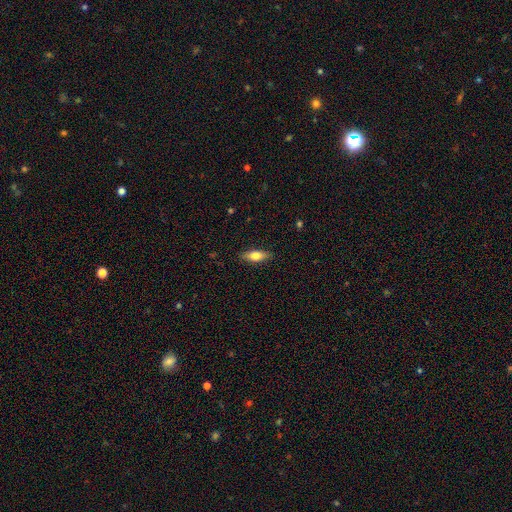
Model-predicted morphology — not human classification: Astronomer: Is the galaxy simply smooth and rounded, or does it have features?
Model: smooth — 68%.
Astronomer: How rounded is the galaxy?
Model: in between — 66%.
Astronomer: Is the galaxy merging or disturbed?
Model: none — 87%.